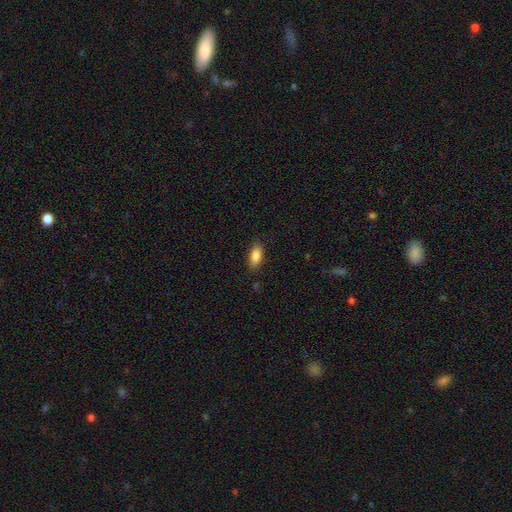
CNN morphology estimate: Smooth or featured: smooth — 86% (star or artifact — 7%)
How rounded: in between — 88% (cigar-shaped — 9%)
Merging: none — 85% (minor disturbance — 11%)